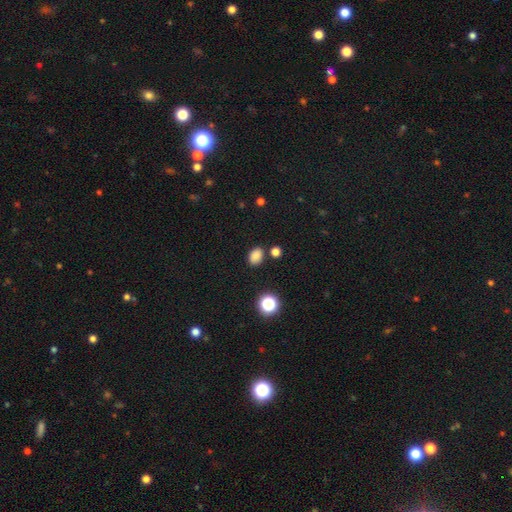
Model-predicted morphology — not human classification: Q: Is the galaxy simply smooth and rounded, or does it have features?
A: smooth — 82%.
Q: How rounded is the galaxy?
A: in between — 73%.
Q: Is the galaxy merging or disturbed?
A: none — 80%.